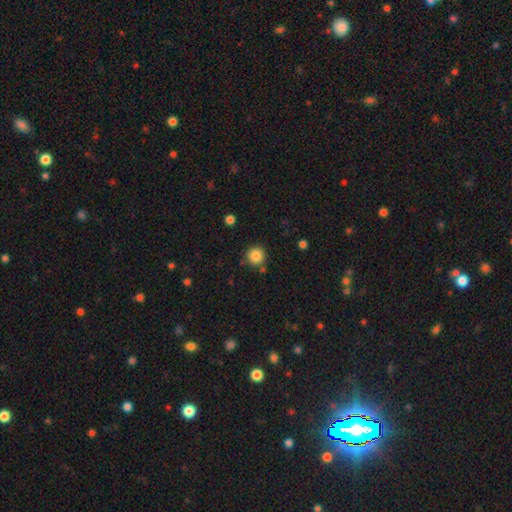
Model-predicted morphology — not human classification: Smooth or featured: smooth — 85% (star or artifact — 11%)
How rounded: round — 94% (in between — 5%)
Merging: none — 83% (minor disturbance — 9%)